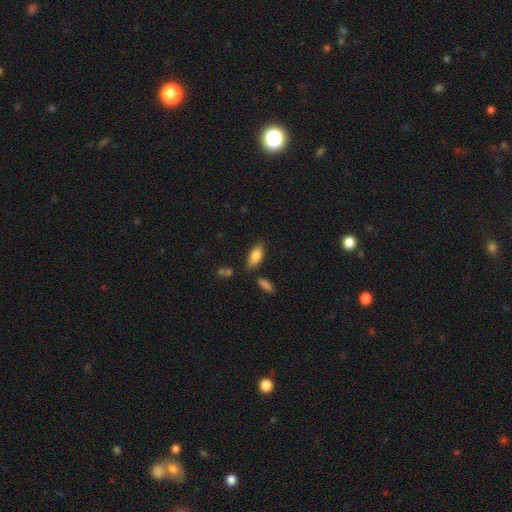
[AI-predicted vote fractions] Smooth or featured?
  - smooth: 82% *
  - featured or disk: 11%
  - star or artifact: 7%
How rounded?
  - in between: 84% *
  - cigar-shaped: 14%
  - round: 3%
Merging?
  - none: 77% *
  - minor disturbance: 14%
  - merger: 5%
  - major disturbance: 3%